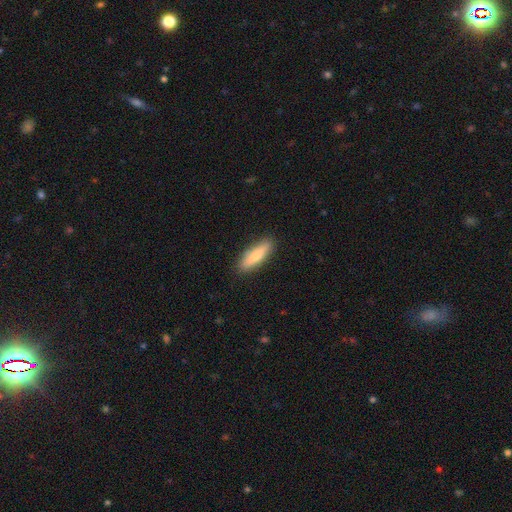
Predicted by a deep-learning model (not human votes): Smooth or featured? smooth (75%)
How rounded? cigar-shaped (60%)
Merging? none (87%)